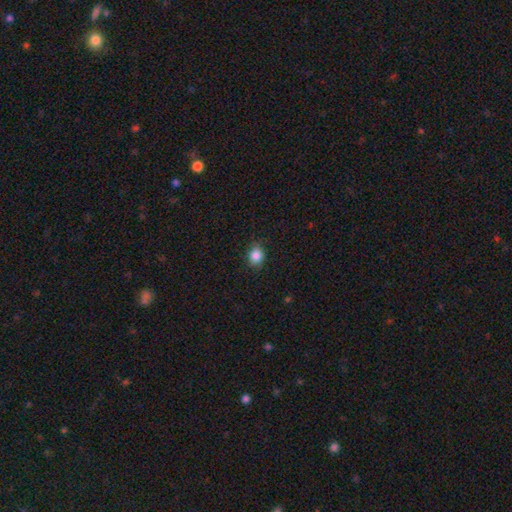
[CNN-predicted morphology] Smooth or featured? smooth (85%)
How rounded? round (59%)
Merging? none (84%)